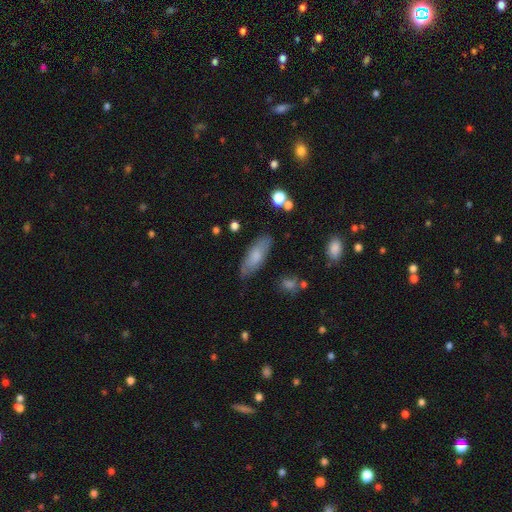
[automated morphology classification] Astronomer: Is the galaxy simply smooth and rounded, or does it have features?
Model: smooth — 72%.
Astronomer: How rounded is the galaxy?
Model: in between — 71%.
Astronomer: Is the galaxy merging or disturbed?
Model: none — 79%.